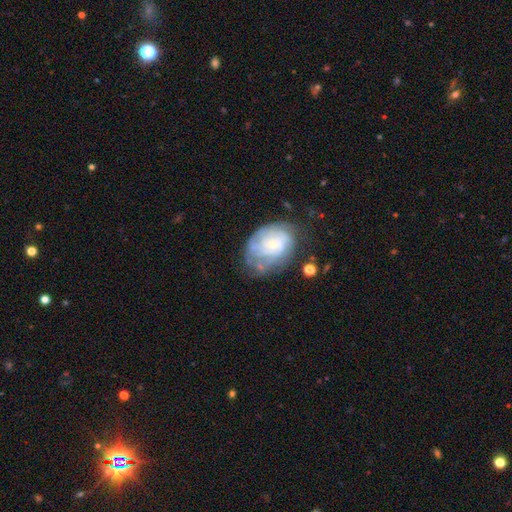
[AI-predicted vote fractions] Morphology: type=featured or disk (43%); merging=none (59%).